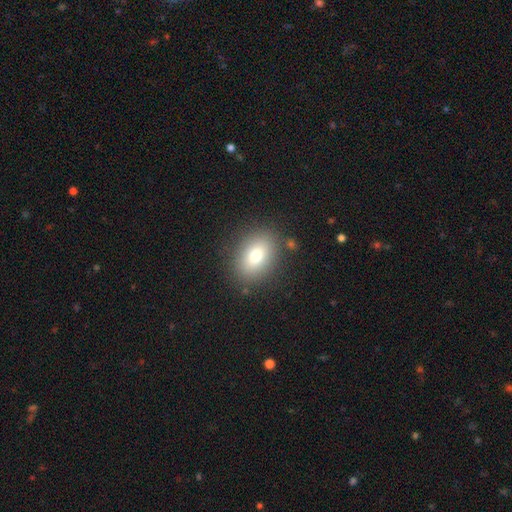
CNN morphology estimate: Overall: smooth (76%). How rounded: in between (75%). Merging: none (85%).